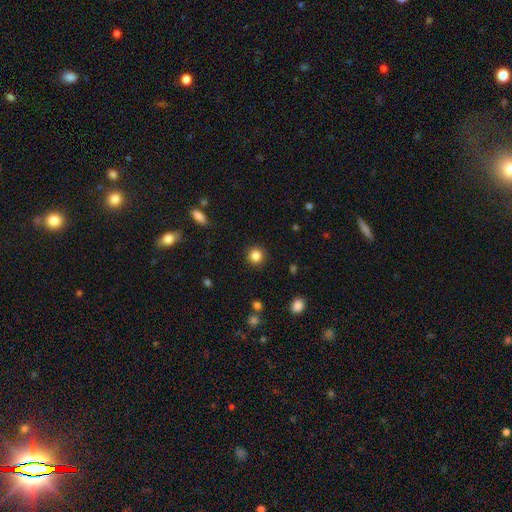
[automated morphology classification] Smooth or featured: smooth — 85% (star or artifact — 11%)
How rounded: round — 92% (in between — 7%)
Merging: none — 91% (minor disturbance — 6%)